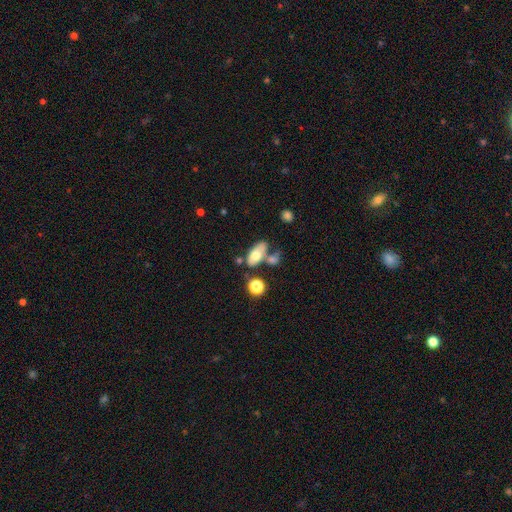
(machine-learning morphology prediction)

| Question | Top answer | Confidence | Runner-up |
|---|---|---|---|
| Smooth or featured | smooth | 68% | featured or disk (23%) |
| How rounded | in between | 88% | cigar-shaped (6%) |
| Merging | none | 45% | merger (27%) |